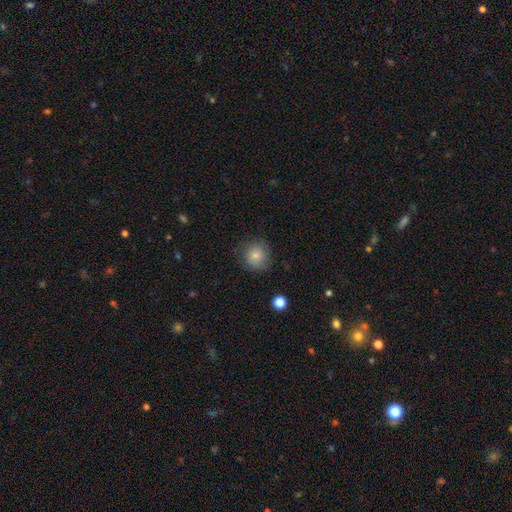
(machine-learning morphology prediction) smooth 81%, featured or disk 10%, star or artifact 9%. Down the decision tree: how rounded — round (90%); merging — none (79%).